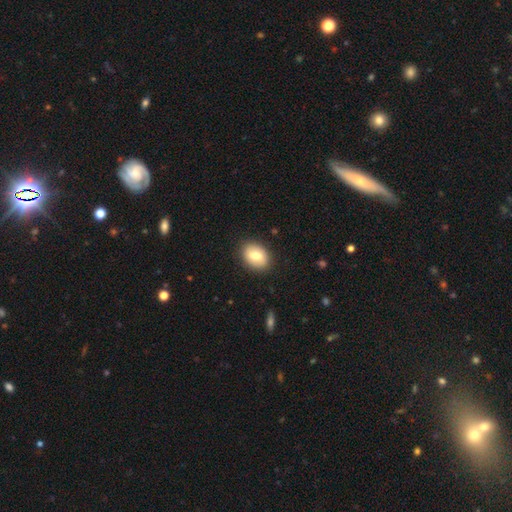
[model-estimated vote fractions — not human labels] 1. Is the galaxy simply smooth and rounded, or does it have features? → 76% smooth, 16% featured or disk, 7% star or artifact.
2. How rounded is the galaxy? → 74% in between, 25% round, 1% cigar-shaped.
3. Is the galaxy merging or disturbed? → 87% none, 9% minor disturbance, 2% major disturbance, 1% merger.